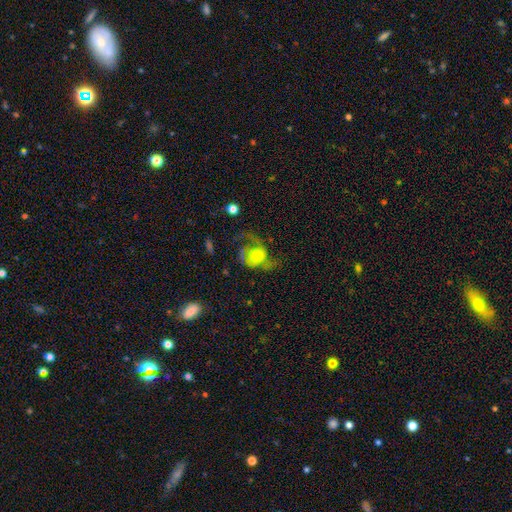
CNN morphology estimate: type=featured or disk (66%); edge-on=no (97%); bar=no (76%); spiral arms=yes (80%); winding=loose (46%); arm count=2 (58%); bulge=moderate (64%); merging=major disturbance (46%).